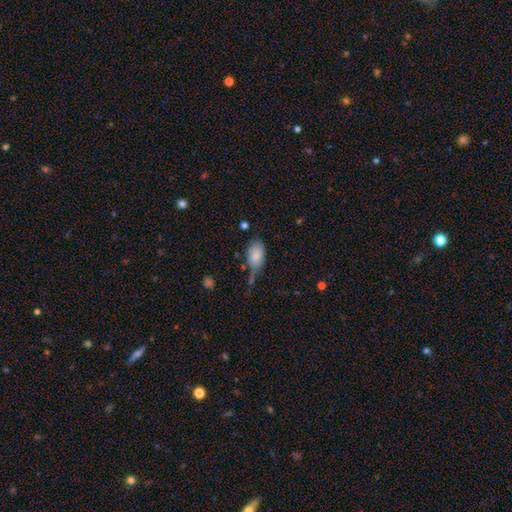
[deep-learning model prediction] smooth-or-featured: smooth: 81% | featured or disk: 11% | star or artifact: 8%
  how-rounded: in between: 91% | round: 7% | cigar-shaped: 2%
  merging: none: 43% | minor disturbance: 33% | major disturbance: 16% | merger: 9%